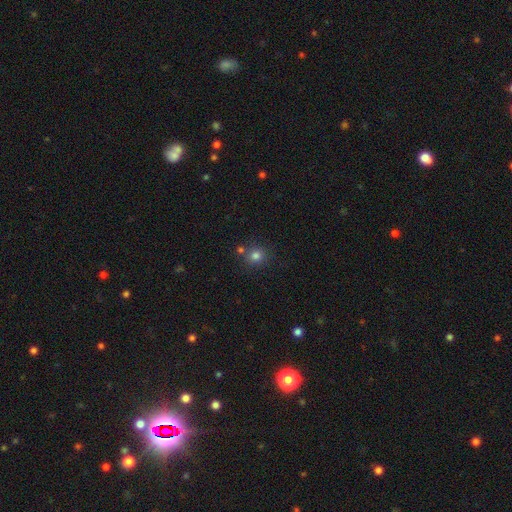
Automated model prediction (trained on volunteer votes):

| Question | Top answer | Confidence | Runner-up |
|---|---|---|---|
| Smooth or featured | smooth | 79% | star or artifact (14%) |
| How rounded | round | 85% | in between (14%) |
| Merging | none | 74% | merger (14%) |